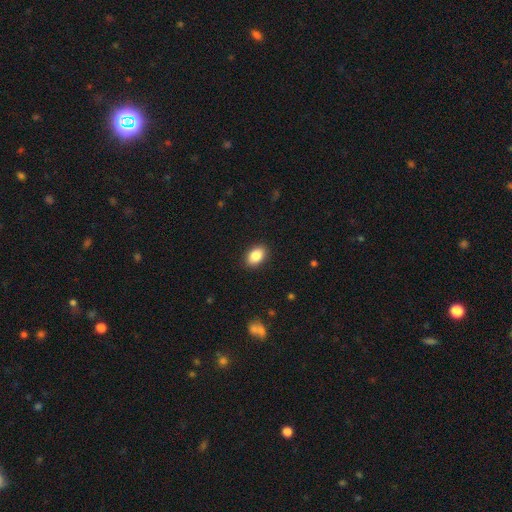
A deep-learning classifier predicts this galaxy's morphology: smooth_or_featured: smooth (p=0.87) [alt: star or artifact p=0.08]
how_rounded: in between (p=0.87) [alt: round p=0.12]
merging: none (p=0.90) [alt: minor disturbance p=0.07]